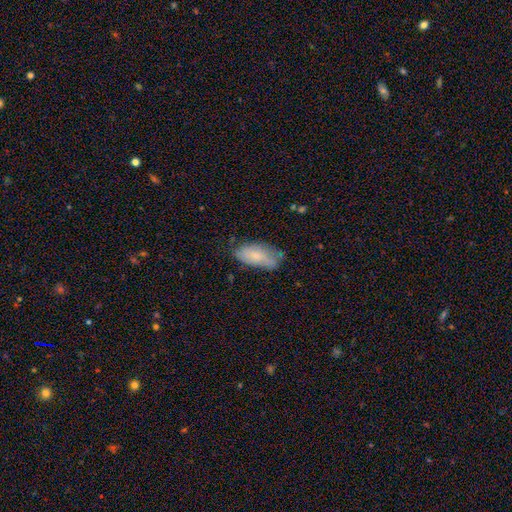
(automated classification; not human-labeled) smooth_or_featured: smooth (p=0.68) [alt: featured or disk p=0.25]
how_rounded: in between (p=0.89) [alt: cigar-shaped p=0.08]
merging: none (p=0.54) [alt: minor disturbance p=0.34]